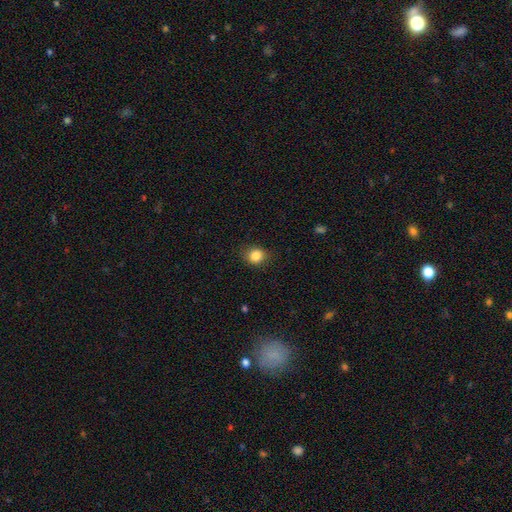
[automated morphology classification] A smooth galaxy with no disk features (85%) that is round (73%).

Vote fractions:
- Smooth or featured? smooth: 85% / star or artifact: 10% / featured or disk: 4%
- How rounded? round: 73% / in between: 26% / cigar-shaped: 1%
- Merging? none: 83% / minor disturbance: 13% / major disturbance: 3% / merger: 1%